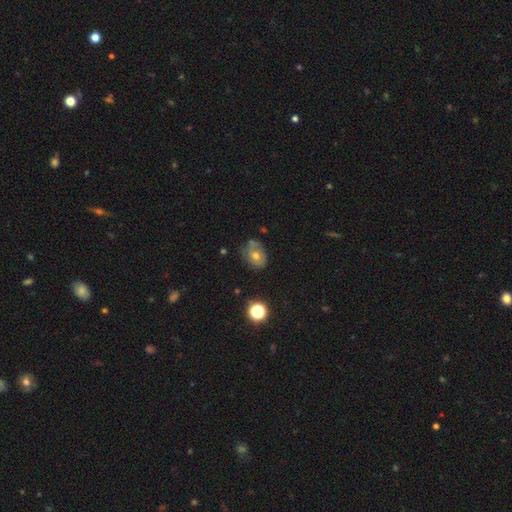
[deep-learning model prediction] smooth-or-featured: smooth: 61% | featured or disk: 25% | star or artifact: 14%
  how-rounded: in between: 57% | round: 42% | cigar-shaped: 1%
  merging: none: 56% | minor disturbance: 27% | merger: 9% | major disturbance: 8%